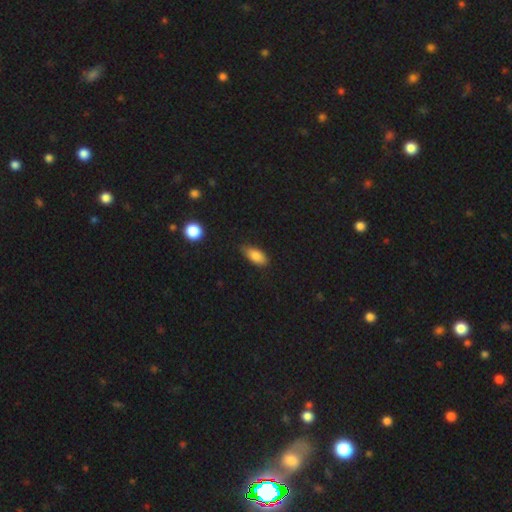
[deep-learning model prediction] smooth-or-featured: smooth: 84% | featured or disk: 9% | star or artifact: 8%
  how-rounded: in between: 88% | cigar-shaped: 8% | round: 4%
  merging: none: 73% | minor disturbance: 22% | major disturbance: 3% | merger: 2%